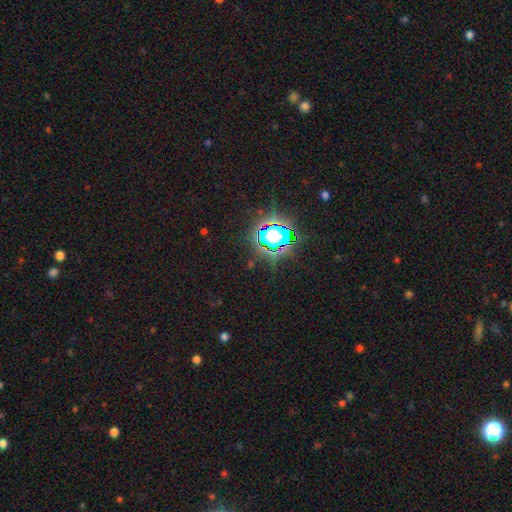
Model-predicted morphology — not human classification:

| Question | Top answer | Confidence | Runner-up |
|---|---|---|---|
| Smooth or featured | star or artifact | 81% | smooth (11%) |